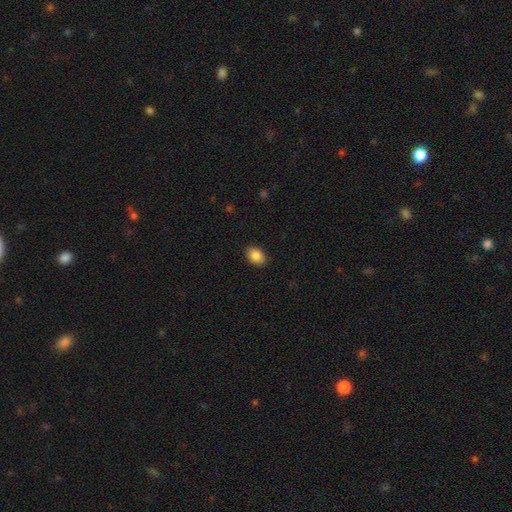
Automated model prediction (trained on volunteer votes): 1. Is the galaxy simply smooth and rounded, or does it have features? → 87% smooth, 8% star or artifact, 5% featured or disk.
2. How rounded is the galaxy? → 76% in between, 23% round, 1% cigar-shaped.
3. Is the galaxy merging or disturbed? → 89% none, 8% minor disturbance, 2% major disturbance, 1% merger.